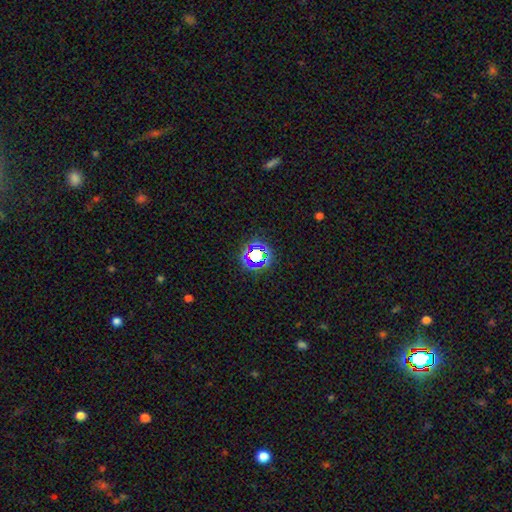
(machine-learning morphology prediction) The model was most divided on "smooth or featured": star or artifact: 64%, smooth: 25%, featured or disk: 11%.